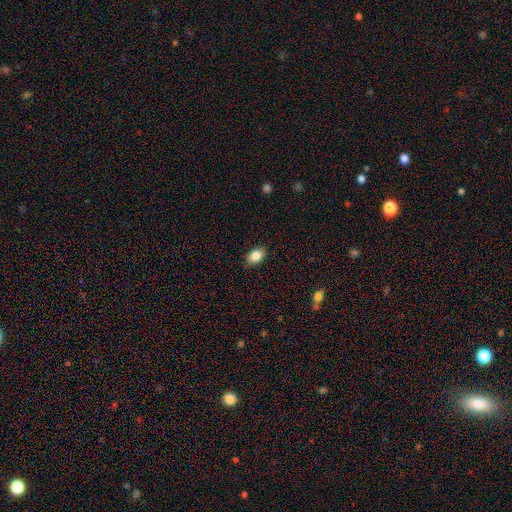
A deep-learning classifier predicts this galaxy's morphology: Q: Smooth or featured?
A: smooth (84%); runner-up: star or artifact (8%)
Q: How rounded?
A: in between (81%); runner-up: round (18%)
Q: Merging?
A: none (85%); runner-up: minor disturbance (12%)